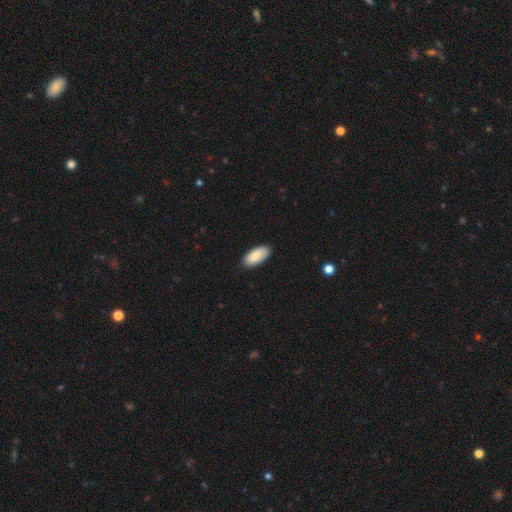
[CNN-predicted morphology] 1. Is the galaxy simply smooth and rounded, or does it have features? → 83% smooth, 11% featured or disk, 6% star or artifact.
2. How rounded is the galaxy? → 92% in between, 6% cigar-shaped, 2% round.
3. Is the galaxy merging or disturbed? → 86% none, 11% minor disturbance, 2% major disturbance, 1% merger.